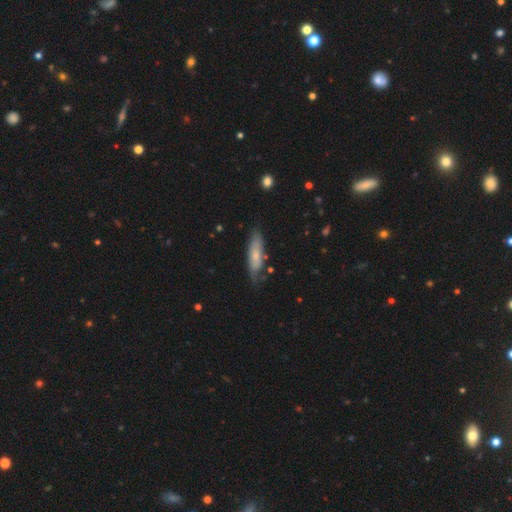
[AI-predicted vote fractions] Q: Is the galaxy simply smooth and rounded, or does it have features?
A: smooth — 63%.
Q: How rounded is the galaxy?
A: cigar-shaped — 58%.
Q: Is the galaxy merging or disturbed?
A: none — 64%.